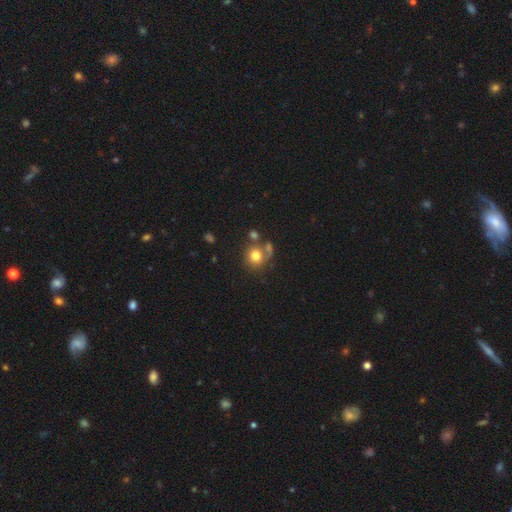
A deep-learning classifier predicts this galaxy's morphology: This is likely a smooth galaxy (77%). How rounded: clearly round (85%). Merging: possibly none (57%).